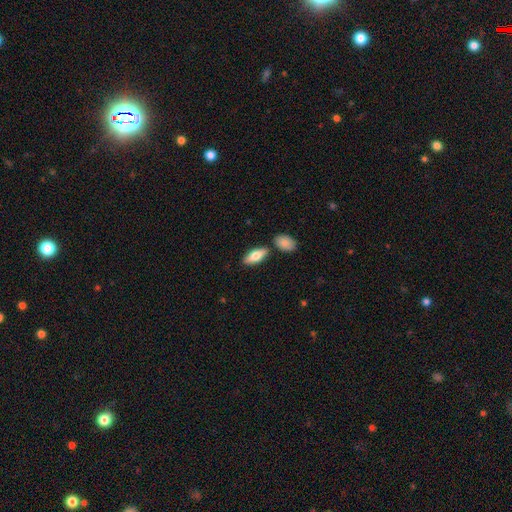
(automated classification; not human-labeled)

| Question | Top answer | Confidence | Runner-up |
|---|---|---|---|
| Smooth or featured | smooth | 73% | featured or disk (21%) |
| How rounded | in between | 77% | cigar-shaped (21%) |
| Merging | none | 79% | minor disturbance (10%) |